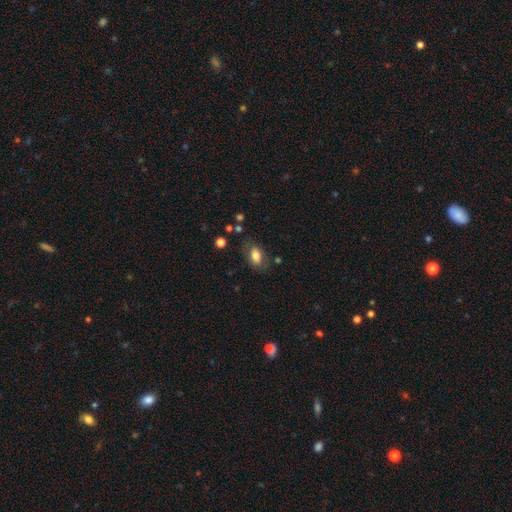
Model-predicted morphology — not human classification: smooth-or-featured: smooth: 76% | featured or disk: 16% | star or artifact: 8%
  how-rounded: in between: 88% | round: 9% | cigar-shaped: 3%
  merging: none: 70% | minor disturbance: 19% | major disturbance: 8% | merger: 3%